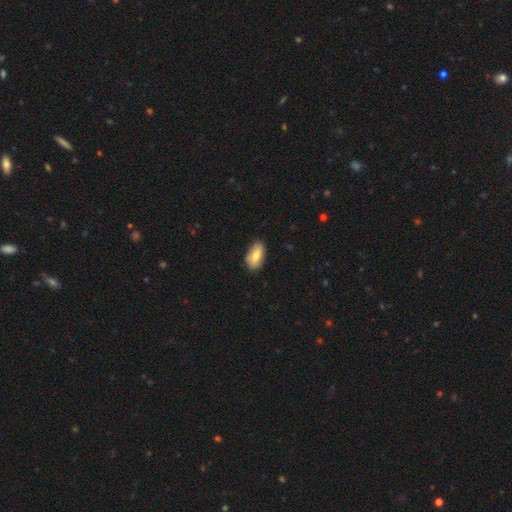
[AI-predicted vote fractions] Smooth or featured?
  - smooth: 76% *
  - featured or disk: 18%
  - star or artifact: 6%
How rounded?
  - in between: 92% *
  - cigar-shaped: 5%
  - round: 4%
Merging?
  - none: 83% *
  - minor disturbance: 14%
  - major disturbance: 2%
  - merger: 1%